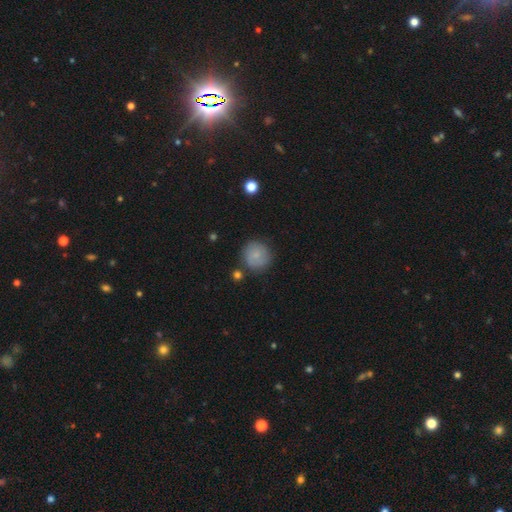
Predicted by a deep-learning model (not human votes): This appears to be a smooth galaxy with no disk features (78%) that is round (93%). Merging: none (79%).